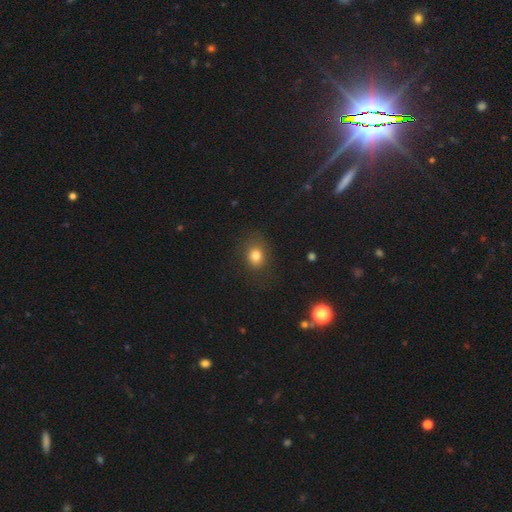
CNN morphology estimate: Overall: smooth (80%). How rounded: round (57%; in between 42%). Merging: none (76%).